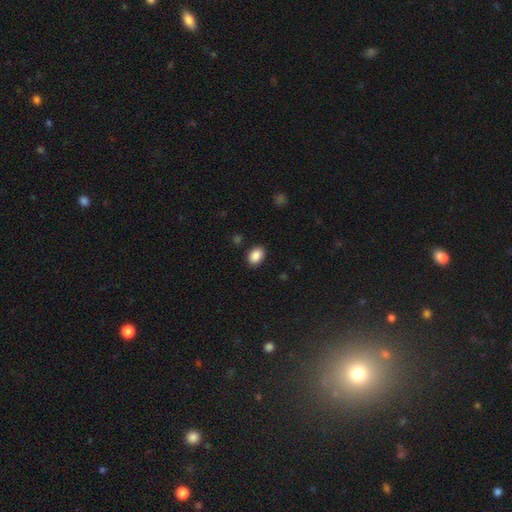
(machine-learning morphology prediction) type=smooth (89%); roundness=in between (75%); merging=none (89%).